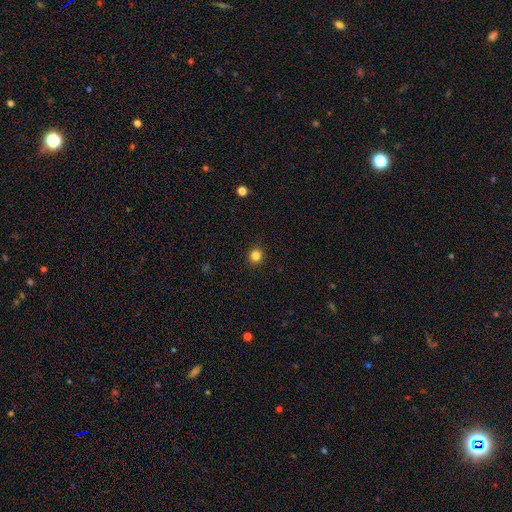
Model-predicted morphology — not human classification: smooth-or-featured: smooth: 84% | star or artifact: 13% | featured or disk: 4%
  how-rounded: round: 93% | in between: 6% | cigar-shaped: 1%
  merging: none: 93% | minor disturbance: 5% | major disturbance: 2% | merger: 1%